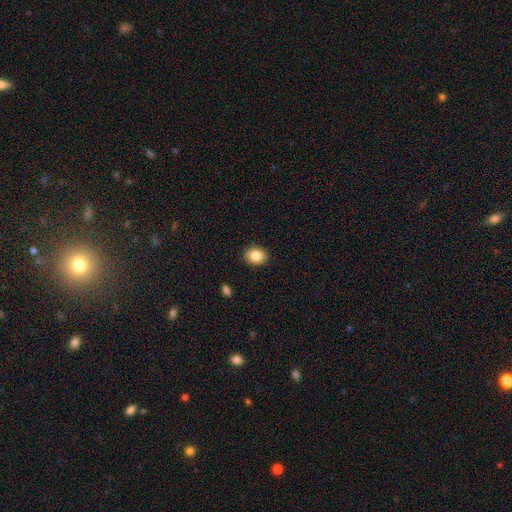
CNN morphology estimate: smooth-or-featured: smooth: 85% | star or artifact: 9% | featured or disk: 6%
  how-rounded: round: 52% | in between: 47% | cigar-shaped: 1%
  merging: none: 90% | minor disturbance: 7% | major disturbance: 2% | merger: 1%